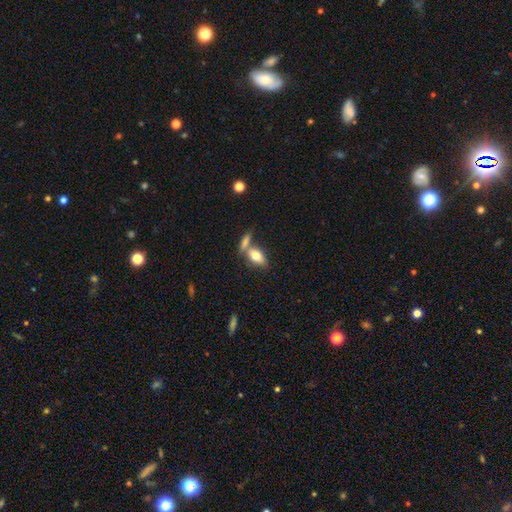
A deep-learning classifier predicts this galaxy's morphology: A smooth galaxy with no disk features (74%) that is in between round and cigar-shaped (86%). Merging: none (46%).